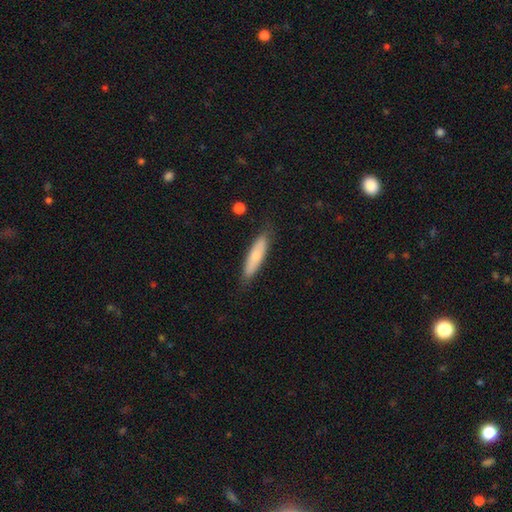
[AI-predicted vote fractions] Overall: smooth (66%; featured or disk 28%). How rounded: cigar-shaped (74%). Merging: none (84%).